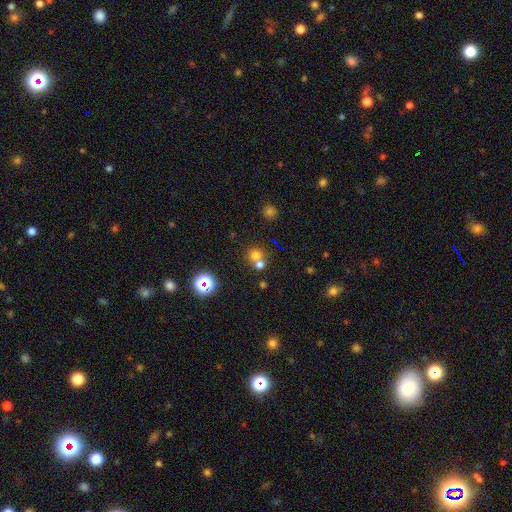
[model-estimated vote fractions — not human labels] Smooth or featured: smooth — 67% (star or artifact — 21%)
How rounded: round — 86% (in between — 13%)
Merging: none — 47% (merger — 45%)